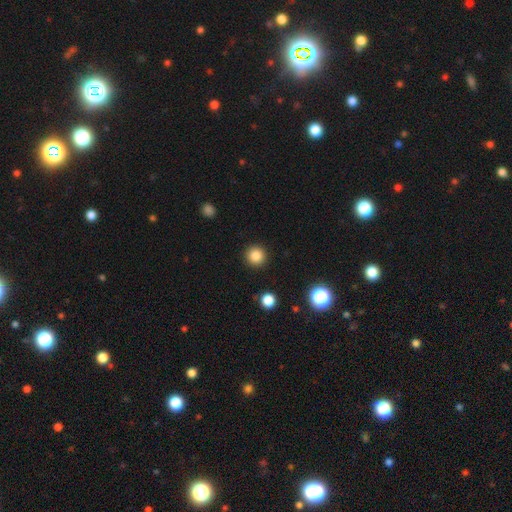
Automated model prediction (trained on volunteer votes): Overall: smooth (84%). How rounded: round (96%). Merging: none (92%).